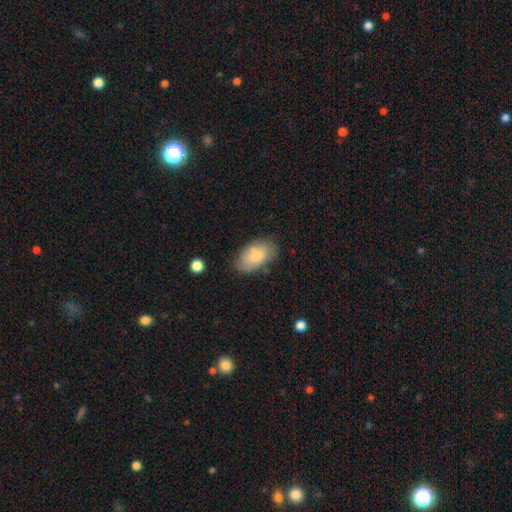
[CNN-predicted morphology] Q: Smooth or featured?
A: smooth (78%); runner-up: featured or disk (15%)
Q: How rounded?
A: in between (94%); runner-up: round (4%)
Q: Merging?
A: none (69%); runner-up: minor disturbance (21%)